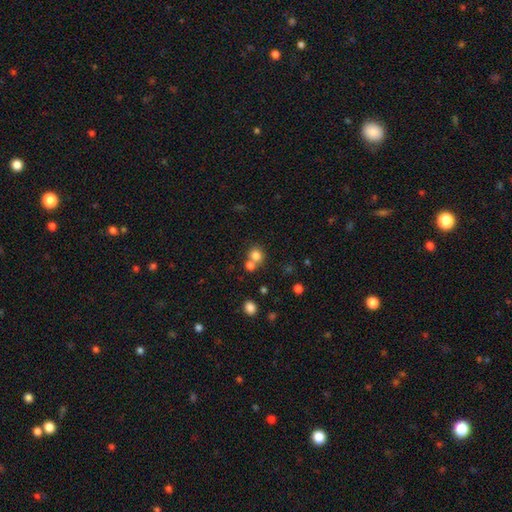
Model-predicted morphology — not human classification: Smooth or featured? Predicted: smooth (p=0.79). How rounded? Predicted: round (p=0.81). Merging? Predicted: none (p=0.52).